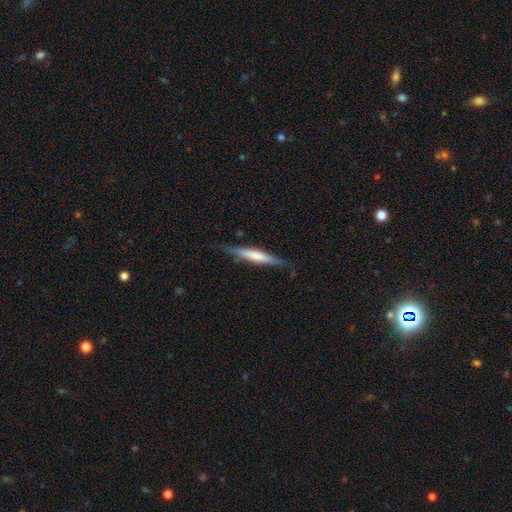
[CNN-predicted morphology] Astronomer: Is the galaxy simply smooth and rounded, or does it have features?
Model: smooth — 51% (runner-up: featured or disk, 44%).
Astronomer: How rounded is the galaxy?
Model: cigar-shaped — 91%.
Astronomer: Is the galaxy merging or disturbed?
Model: none — 79%.